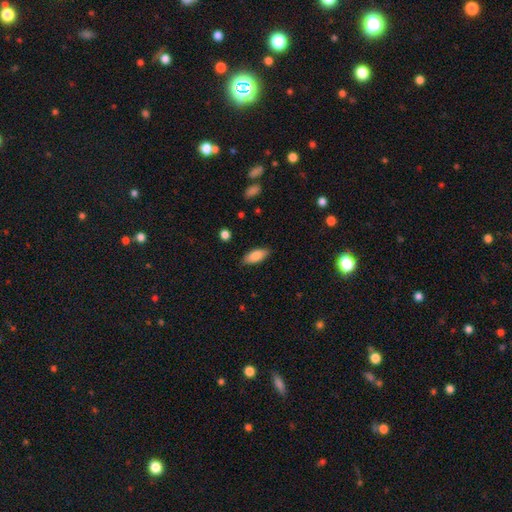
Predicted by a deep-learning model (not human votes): Smooth or featured? Predicted: smooth (p=0.85). How rounded? Predicted: in between (p=0.84). Merging? Predicted: none (p=0.84).